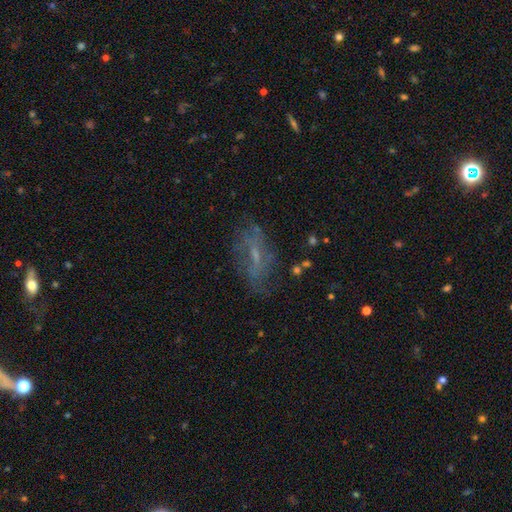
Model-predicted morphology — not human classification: featured or disk 54%, smooth 31%, star or artifact 15%. Down the decision tree: edge-on disk — no (87%); merging — none (63%).